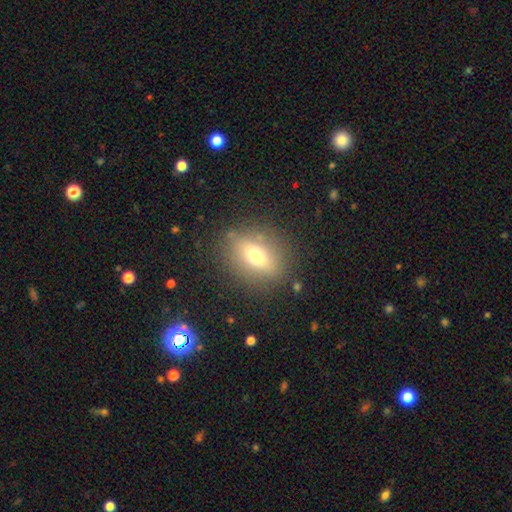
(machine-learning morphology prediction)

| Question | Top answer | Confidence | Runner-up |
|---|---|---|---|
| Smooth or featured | smooth | 60% | featured or disk (28%) |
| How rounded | in between | 61% | round (32%) |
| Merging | none | 82% | minor disturbance (11%) |